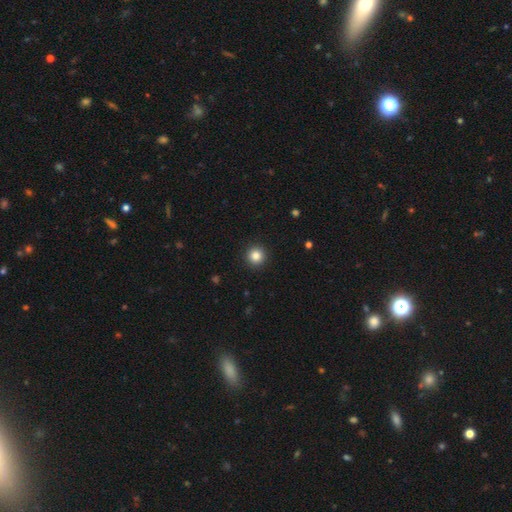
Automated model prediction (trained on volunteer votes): A smooth galaxy with no disk features (84%) that is round (96%). Merging: none (93%).